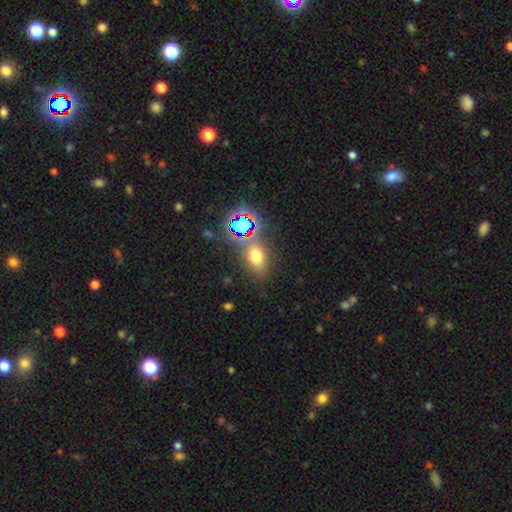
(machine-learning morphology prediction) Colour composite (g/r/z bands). It shows a smooth galaxy with no disk features (62%) that is in between round and cigar-shaped (70%). Merging: none (75%).